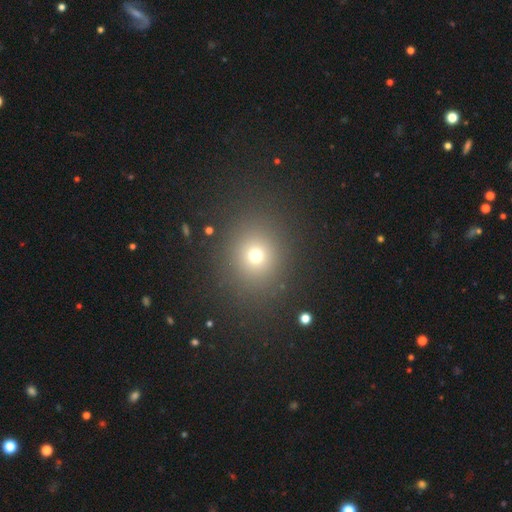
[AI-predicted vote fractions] This is likely a smooth galaxy (70%). How rounded: clearly round (81%). Merging: clearly none (86%).